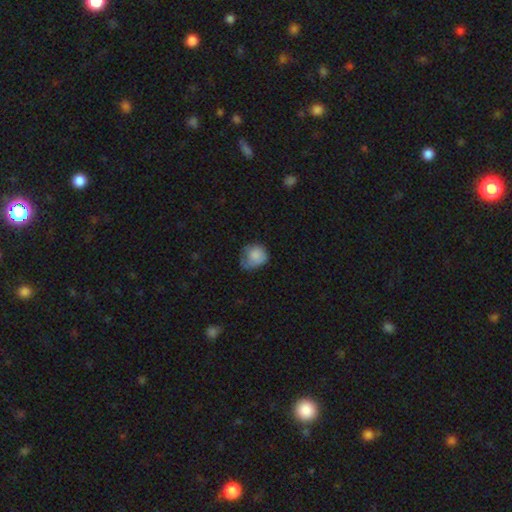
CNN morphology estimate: Smooth or featured: smooth — 80% (featured or disk — 12%)
How rounded: round — 70% (in between — 29%)
Merging: minor disturbance — 42% (none — 35%)